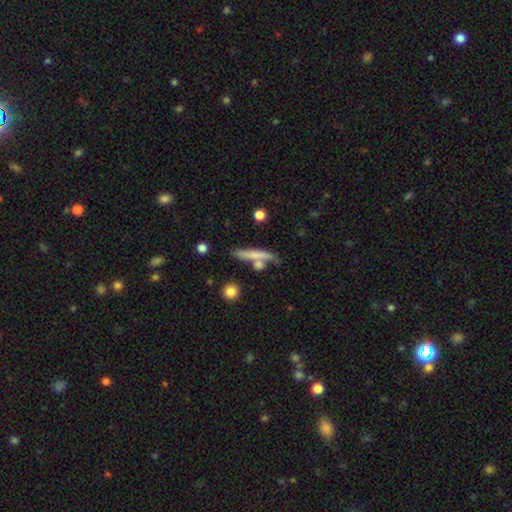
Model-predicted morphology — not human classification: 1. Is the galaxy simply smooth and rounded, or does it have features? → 60% smooth, 33% featured or disk, 8% star or artifact.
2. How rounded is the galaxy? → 87% cigar-shaped, 9% in between, 4% round.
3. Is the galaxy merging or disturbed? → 59% none, 21% merger, 14% minor disturbance, 6% major disturbance.